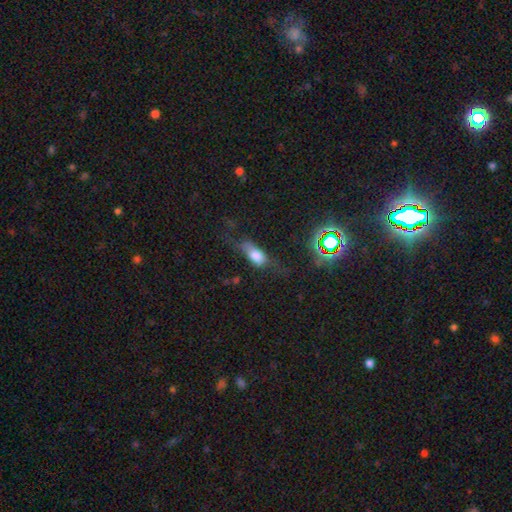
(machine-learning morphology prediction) The model was most divided on "merging": none: 40%, major disturbance: 30%, minor disturbance: 27%, merger: 4%. More confident: how rounded — in between (77%); smooth or featured — smooth (65%).